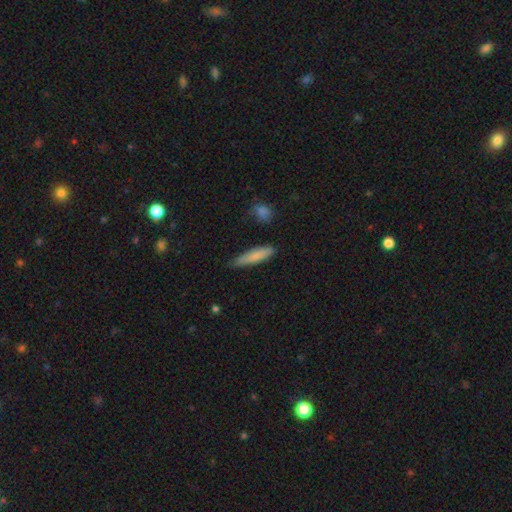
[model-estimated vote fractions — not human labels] Morphology: type=smooth (79%); roundness=cigar-shaped (80%); merging=none (72%).